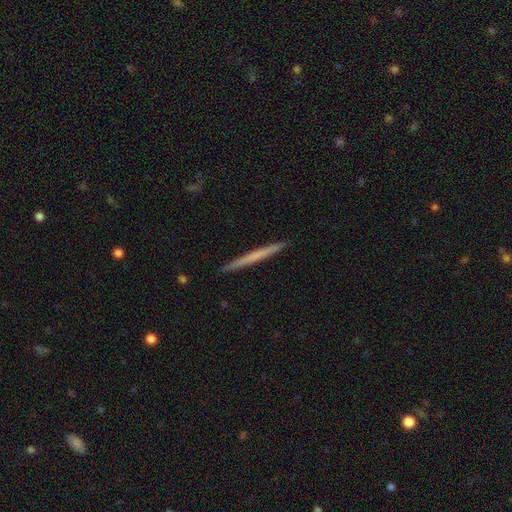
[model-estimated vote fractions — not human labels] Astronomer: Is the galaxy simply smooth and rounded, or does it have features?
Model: smooth — 52% (runner-up: featured or disk, 42%).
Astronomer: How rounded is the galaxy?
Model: cigar-shaped — 97%.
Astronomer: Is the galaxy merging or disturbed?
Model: none — 93%.